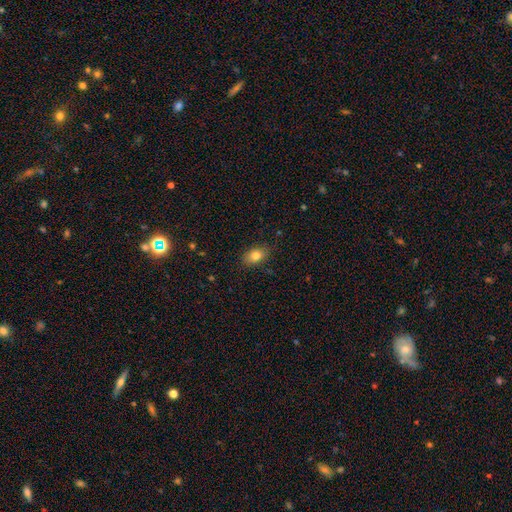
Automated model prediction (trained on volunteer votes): This is clearly a smooth galaxy (81%). How rounded: clearly in between (84%). Merging: clearly none (85%).